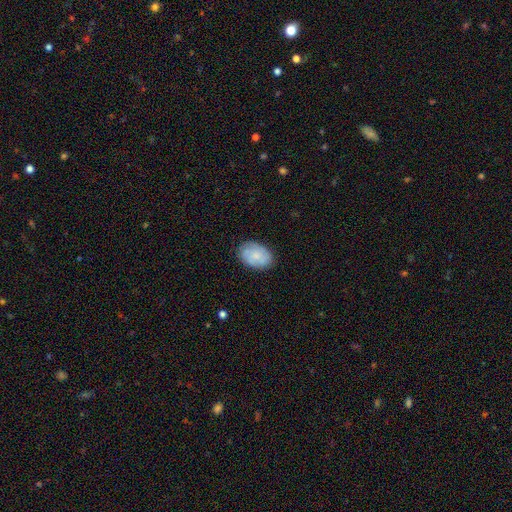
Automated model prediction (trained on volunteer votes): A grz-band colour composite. It shows a smooth galaxy with no disk features (67%) that is in between round and cigar-shaped (87%). Merging: none (82%).